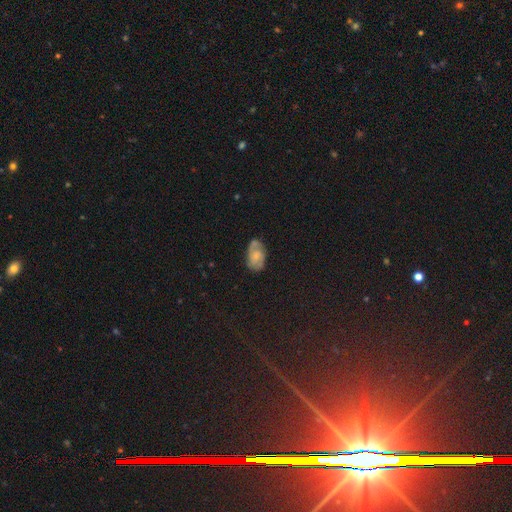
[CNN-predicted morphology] Smooth or featured: featured or disk — 49% (smooth — 41%)
Merging: none — 61% (minor disturbance — 27%)